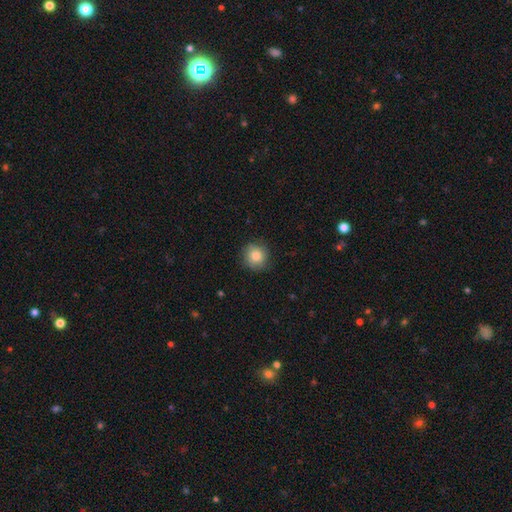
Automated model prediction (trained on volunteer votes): Smooth or featured? Predicted: smooth (p=0.84). How rounded? Predicted: round (p=0.91). Merging? Predicted: none (p=0.83).